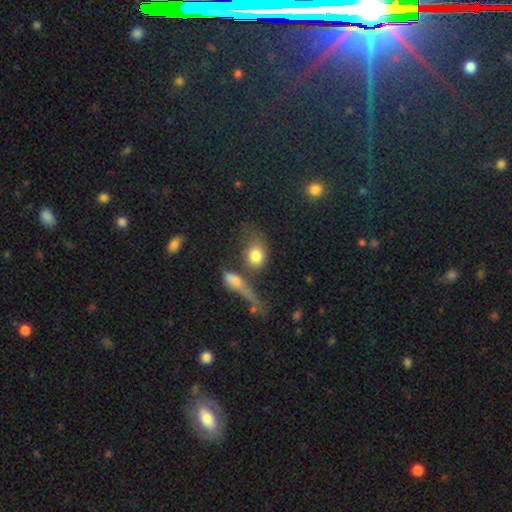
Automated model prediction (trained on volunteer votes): This is likely a smooth galaxy (76%). How rounded: possibly in between (58%). Merging: marginally none (37%).